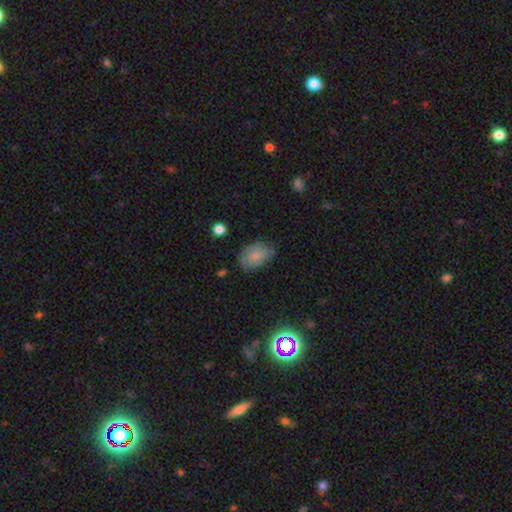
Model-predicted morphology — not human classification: The model was most divided on "merging": none: 67%, minor disturbance: 25%, major disturbance: 6%, merger: 2%. More confident: how rounded — in between (86%); smooth or featured — smooth (78%).